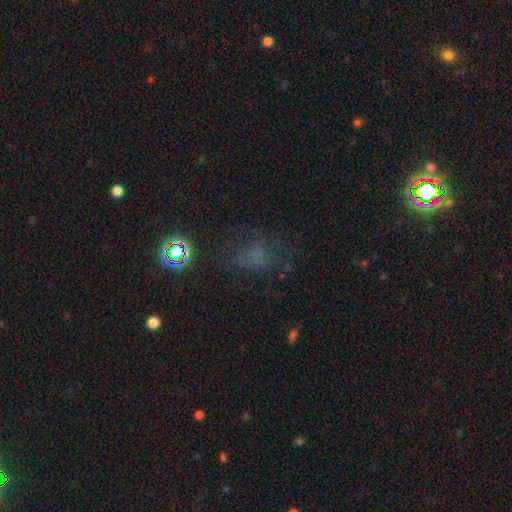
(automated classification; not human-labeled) Morphology: type=smooth (38%); merging=none (55%).